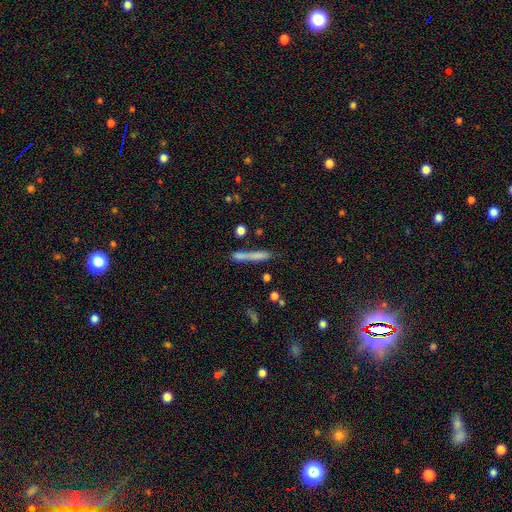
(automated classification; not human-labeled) smooth_or_featured: smooth (p=0.73) [alt: featured or disk p=0.19]
how_rounded: cigar-shaped (p=0.91) [alt: in between p=0.07]
merging: none (p=0.60) [alt: minor disturbance p=0.19]